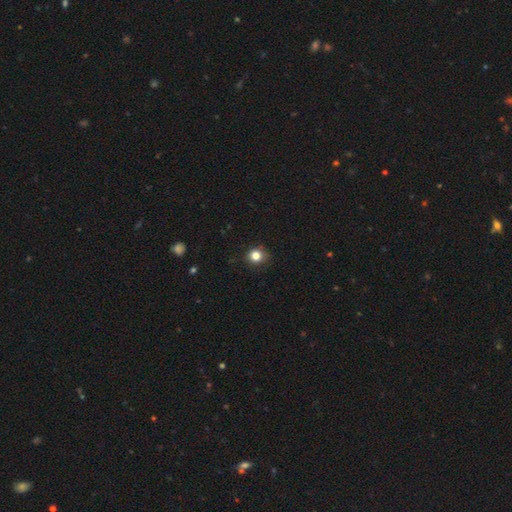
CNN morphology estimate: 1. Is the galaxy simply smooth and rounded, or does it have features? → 81% smooth, 13% star or artifact, 5% featured or disk.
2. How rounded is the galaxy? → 85% round, 14% in between, 1% cigar-shaped.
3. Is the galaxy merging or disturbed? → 83% none, 13% minor disturbance, 3% major disturbance, 1% merger.